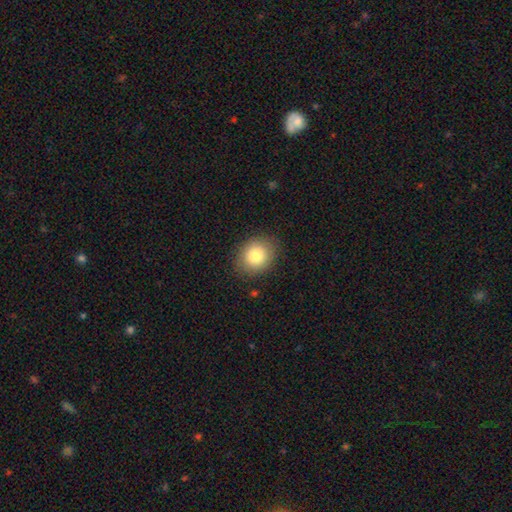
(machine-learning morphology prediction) Smooth or featured? smooth (83%)
How rounded? round (61%)
Merging? none (86%)